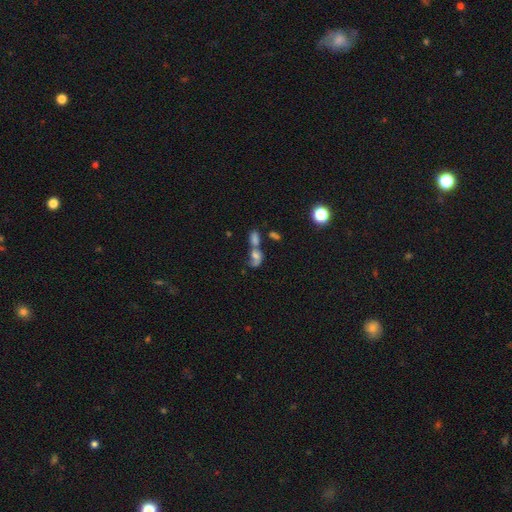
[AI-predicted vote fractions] A smooth galaxy with no disk features (50%) that is in between round and cigar-shaped (69%). Merging: merger (64%).